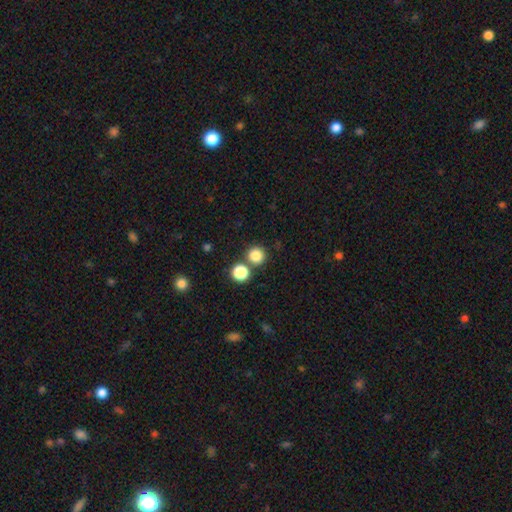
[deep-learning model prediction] This is clearly a smooth galaxy (83%). How rounded: clearly round (93%). Merging: likely none (77%).